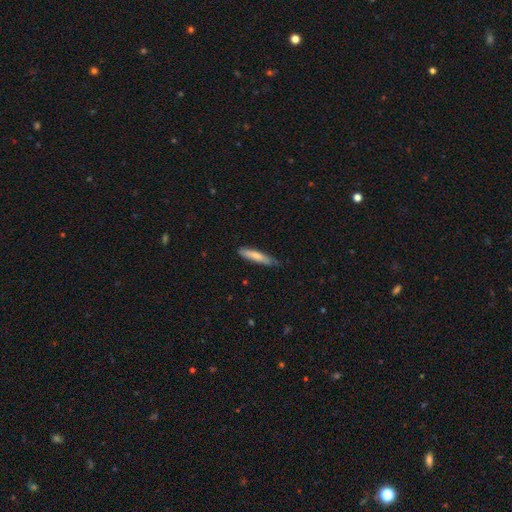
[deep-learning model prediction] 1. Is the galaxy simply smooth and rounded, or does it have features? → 75% smooth, 20% featured or disk, 5% star or artifact.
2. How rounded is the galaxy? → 85% cigar-shaped, 13% in between, 1% round.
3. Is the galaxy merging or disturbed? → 72% none, 23% minor disturbance, 3% major disturbance, 1% merger.